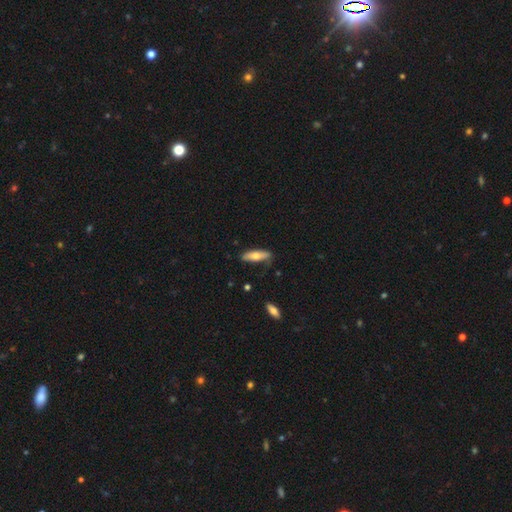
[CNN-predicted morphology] smooth_or_featured: smooth (p=0.69) [alt: featured or disk p=0.25]
how_rounded: cigar-shaped (p=0.54) [alt: in between p=0.44]
merging: none (p=0.74) [alt: minor disturbance p=0.20]